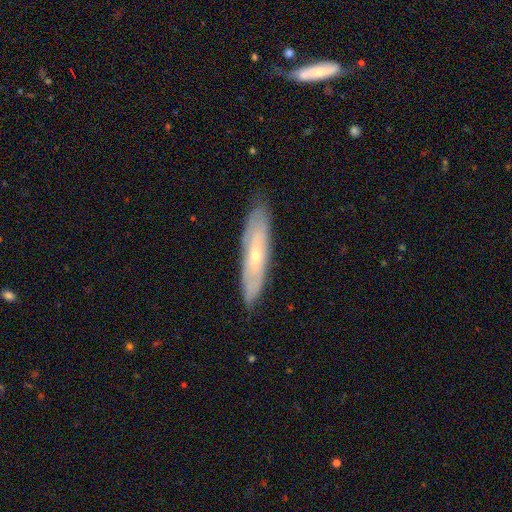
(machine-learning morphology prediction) This is likely a featured or disk galaxy (61%). It is possibly not viewed edge-on (55%). Merging: clearly none (83%).